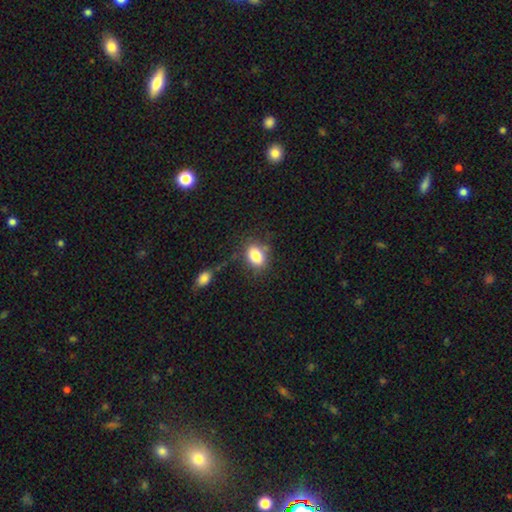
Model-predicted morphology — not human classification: Smooth or featured? smooth (83%)
How rounded? in between (76%)
Merging? none (71%)